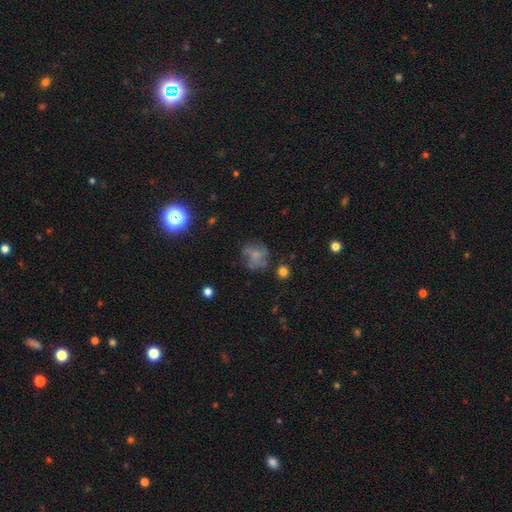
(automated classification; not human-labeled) Morphology: type=smooth (43%); merging=none (55%).